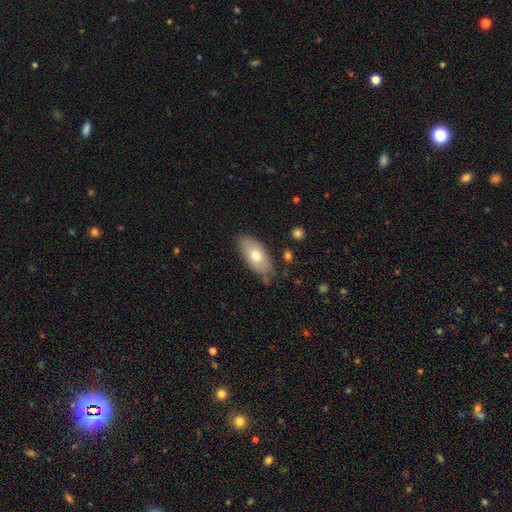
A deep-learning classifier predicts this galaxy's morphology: Q: Smooth or featured?
A: smooth (67%); runner-up: featured or disk (26%)
Q: How rounded?
A: in between (91%); runner-up: cigar-shaped (5%)
Q: Merging?
A: none (74%); runner-up: minor disturbance (19%)